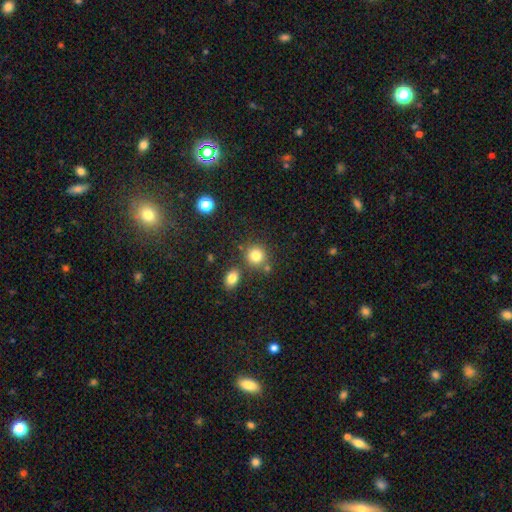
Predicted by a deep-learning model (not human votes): This is clearly a smooth galaxy (81%). How rounded: clearly round (85%). Merging: likely none (72%).